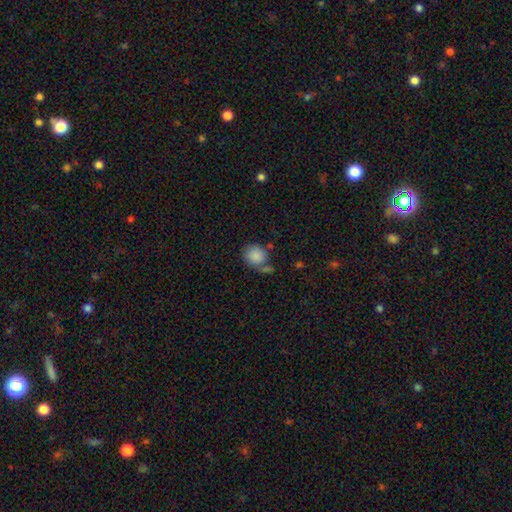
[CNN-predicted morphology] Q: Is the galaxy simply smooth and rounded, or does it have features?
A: smooth — 86%.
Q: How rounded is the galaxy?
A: round — 69%.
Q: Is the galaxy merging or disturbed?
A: none — 55%.